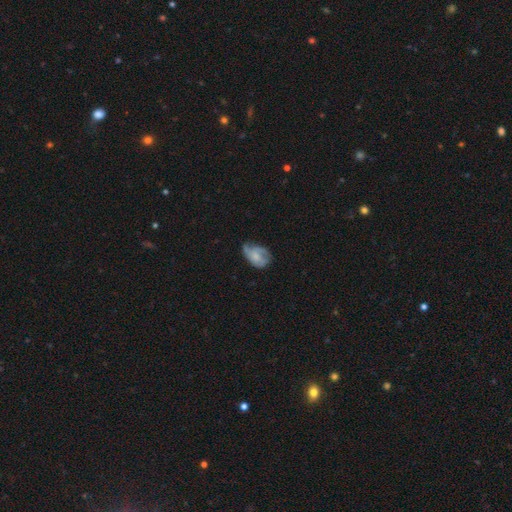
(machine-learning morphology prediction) This appears to be a smooth galaxy with no disk features (46%, tied with featured or disk). Merging: none (38%).